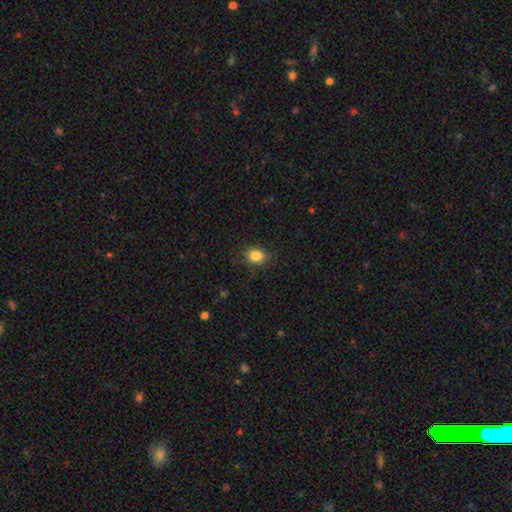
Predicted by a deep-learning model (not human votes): This appears to be a smooth galaxy with no disk features (85%) that is round (53%). Merging: none (85%).